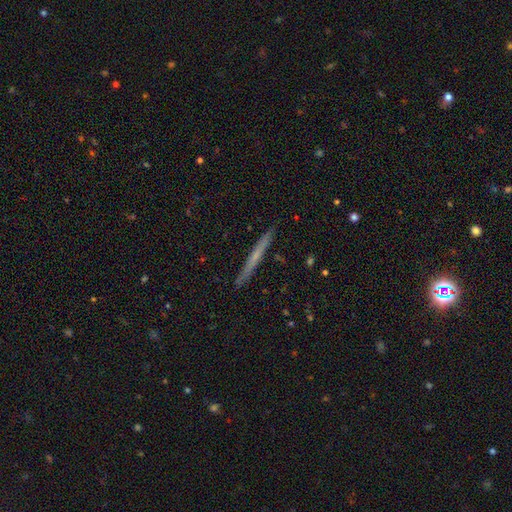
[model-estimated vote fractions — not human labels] featured or disk 51%, smooth 43%, star or artifact 6%. Down the decision tree: edge-on disk — yes (97%); merging — none (91%).